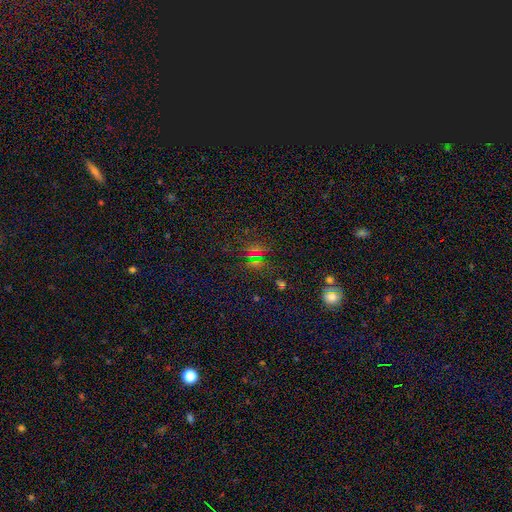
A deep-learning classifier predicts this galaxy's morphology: Smooth or featured? Predicted: star or artifact (p=0.59).